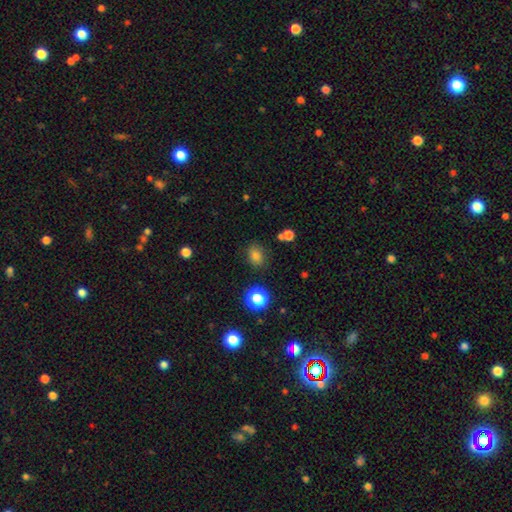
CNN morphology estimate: Q: Smooth or featured?
A: smooth (79%); runner-up: star or artifact (15%)
Q: How rounded?
A: in between (54%); runner-up: round (45%)
Q: Merging?
A: none (81%); runner-up: minor disturbance (12%)